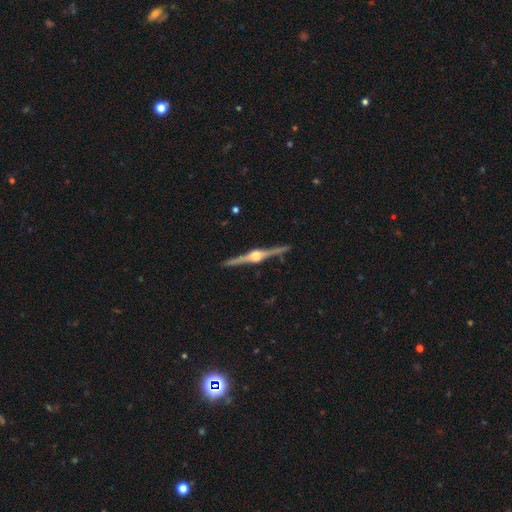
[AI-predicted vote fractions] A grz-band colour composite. It shows a featured or disk galaxy (90%) viewed edge-on (99%) with a rounded central bulge (94%). Merging: none (92%).